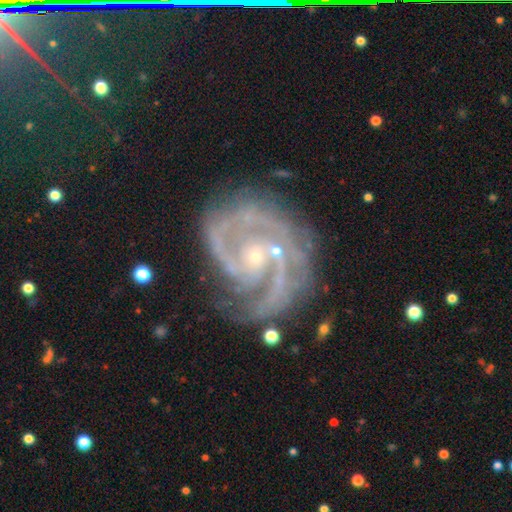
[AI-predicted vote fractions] Smooth or featured? featured or disk (90%)
Edge-on disk? no (98%)
Bar? no (61%)
Spiral arms? yes (98%)
Spiral winding? medium (46%, tied with tight)
Spiral arm count? 2 (55%)
Bulge size? small (81%)
Merging? none (64%)